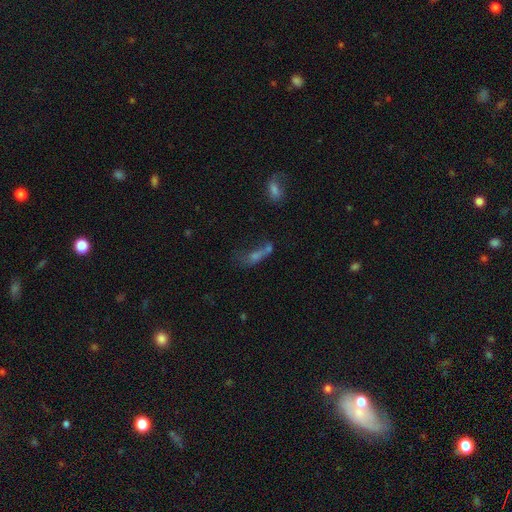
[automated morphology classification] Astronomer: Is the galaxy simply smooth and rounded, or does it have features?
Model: smooth — 48% (runner-up: featured or disk, 29%).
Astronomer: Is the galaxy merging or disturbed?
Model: merger — 35% (runner-up: none, 28%).